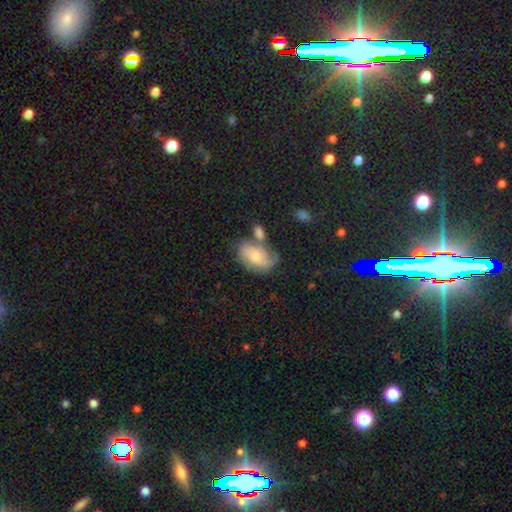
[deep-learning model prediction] The model was most divided on "smooth or featured": smooth: 49%, featured or disk: 44%, star or artifact: 8%. Remaining: merging — none (39%).